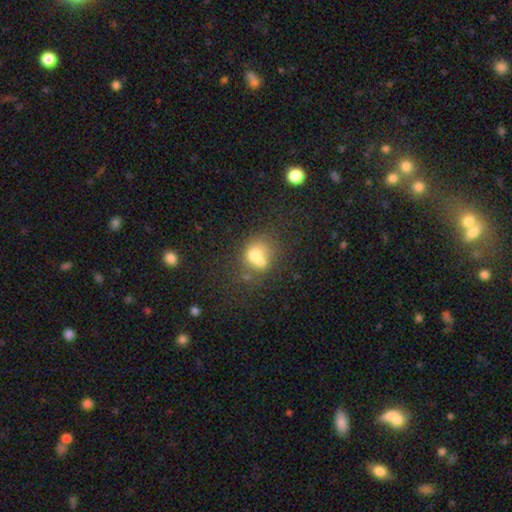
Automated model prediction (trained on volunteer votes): smooth_or_featured: smooth (p=0.62) [alt: featured or disk p=0.24]
how_rounded: round (p=0.68) [alt: in between p=0.31]
merging: merger (p=0.52) [alt: none p=0.31]